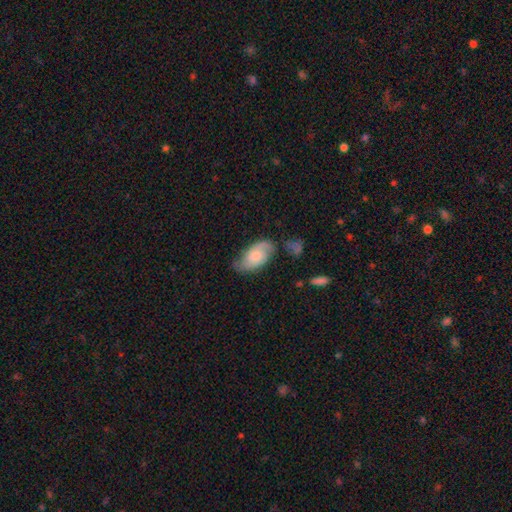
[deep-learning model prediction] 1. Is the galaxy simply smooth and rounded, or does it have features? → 58% featured or disk, 36% smooth, 6% star or artifact.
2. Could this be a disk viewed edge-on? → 95% no, 5% yes.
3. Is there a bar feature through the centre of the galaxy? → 73% no, 23% weak, 4% strong.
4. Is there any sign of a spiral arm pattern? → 89% yes, 11% no.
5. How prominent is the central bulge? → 48% small, 37% moderate, 7% none, 6% large, 2% dominant.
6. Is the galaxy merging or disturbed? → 59% none, 25% minor disturbance, 12% major disturbance, 4% merger.